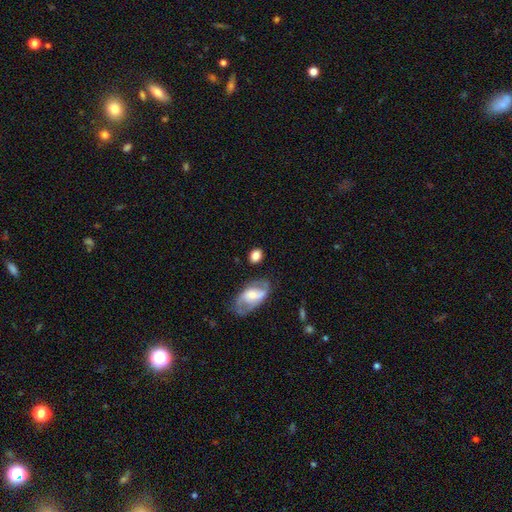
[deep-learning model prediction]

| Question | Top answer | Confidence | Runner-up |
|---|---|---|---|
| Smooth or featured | smooth | 73% | featured or disk (20%) |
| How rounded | in between | 62% | round (36%) |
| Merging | none | 73% | minor disturbance (16%) |